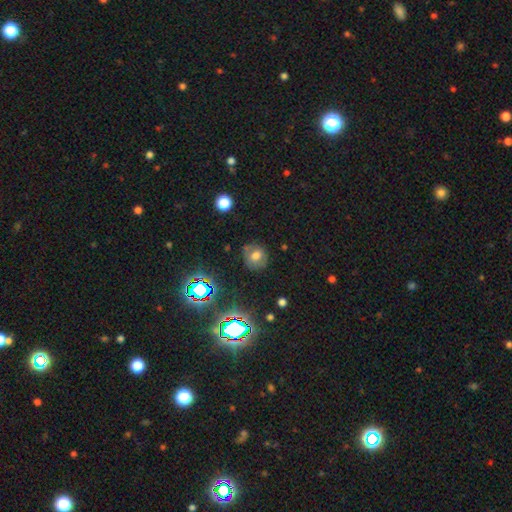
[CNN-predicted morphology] Overall: smooth (63%). How rounded: round (77%). Merging: none (72%).